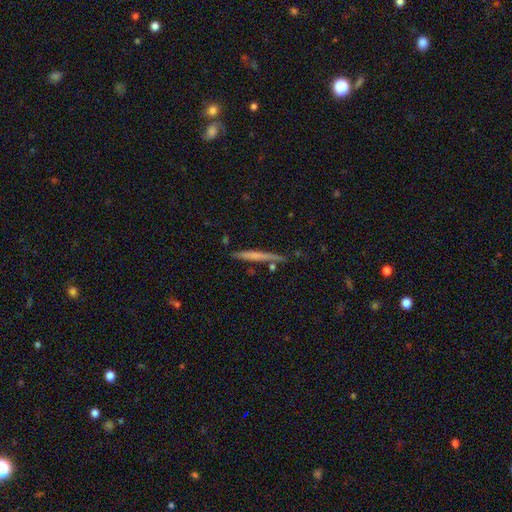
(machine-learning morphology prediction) Smooth or featured: smooth — 51% (featured or disk — 42%)
How rounded: cigar-shaped — 96% (in between — 3%)
Merging: none — 81% (minor disturbance — 12%)